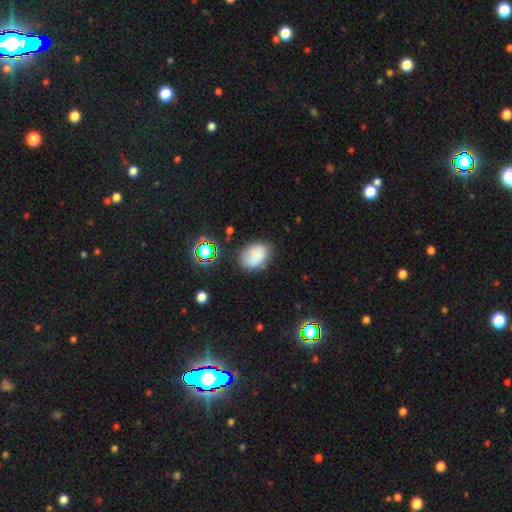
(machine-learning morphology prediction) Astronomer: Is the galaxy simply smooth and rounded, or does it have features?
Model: smooth — 78%.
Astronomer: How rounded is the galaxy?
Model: in between — 76%.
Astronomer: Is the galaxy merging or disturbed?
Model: none — 69%.